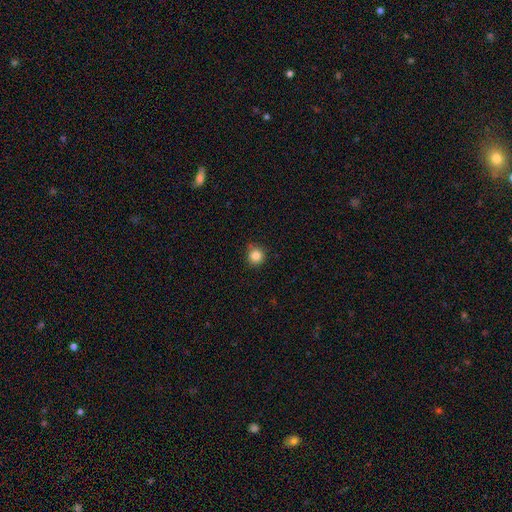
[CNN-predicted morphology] smooth_or_featured: smooth (p=0.85) [alt: star or artifact p=0.11]
how_rounded: round (p=0.94) [alt: in between p=0.05]
merging: none (p=0.84) [alt: minor disturbance p=0.12]